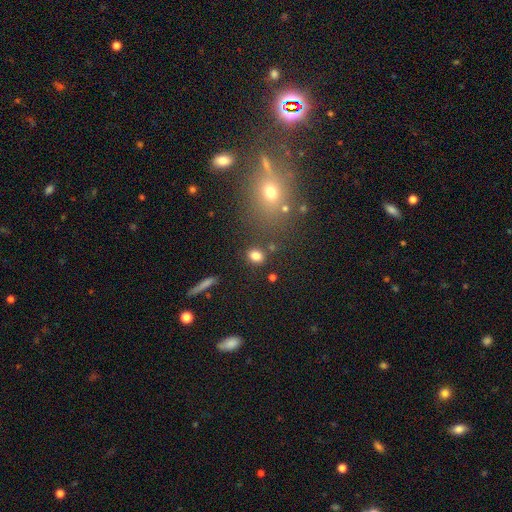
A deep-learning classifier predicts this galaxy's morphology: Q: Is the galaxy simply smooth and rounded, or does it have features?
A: smooth — 81%.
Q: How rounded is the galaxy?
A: in between — 51%.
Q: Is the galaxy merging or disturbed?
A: none — 80%.